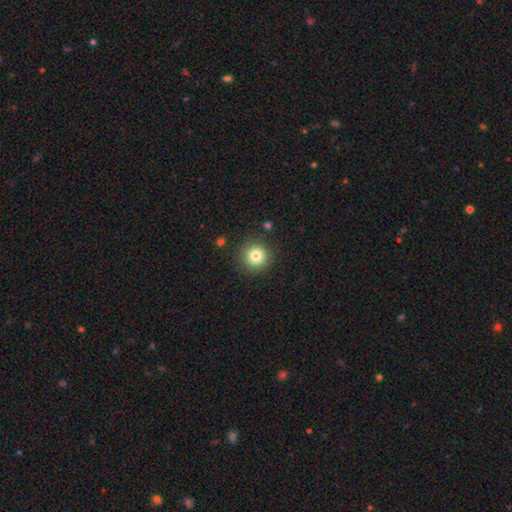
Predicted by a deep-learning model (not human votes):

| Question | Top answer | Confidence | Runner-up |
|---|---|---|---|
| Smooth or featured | smooth | 80% | star or artifact (12%) |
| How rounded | round | 95% | in between (5%) |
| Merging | none | 88% | minor disturbance (7%) |